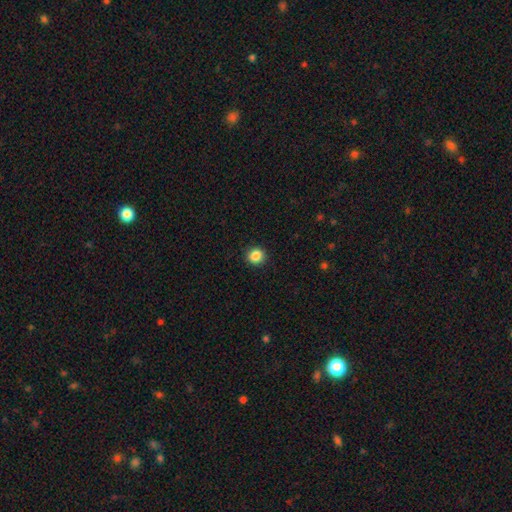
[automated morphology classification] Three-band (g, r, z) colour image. It shows a smooth galaxy with no disk features (86%) that is round (88%). Merging: none (91%).